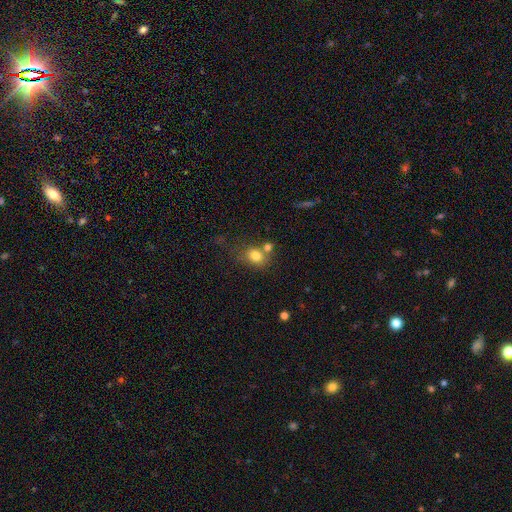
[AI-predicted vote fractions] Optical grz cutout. It shows a smooth galaxy with no disk features (79%) that is round (53%). Merging: none (52%).